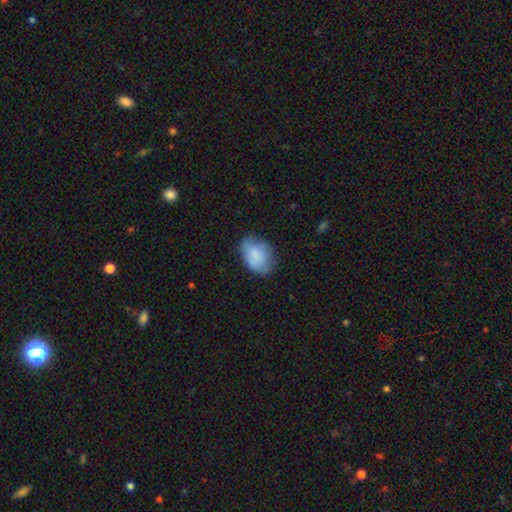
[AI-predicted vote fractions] Smooth or featured?
  - smooth: 78% *
  - featured or disk: 15%
  - star or artifact: 7%
How rounded?
  - in between: 76% *
  - round: 23%
  - cigar-shaped: 1%
Merging?
  - none: 63% *
  - minor disturbance: 28%
  - major disturbance: 8%
  - merger: 2%